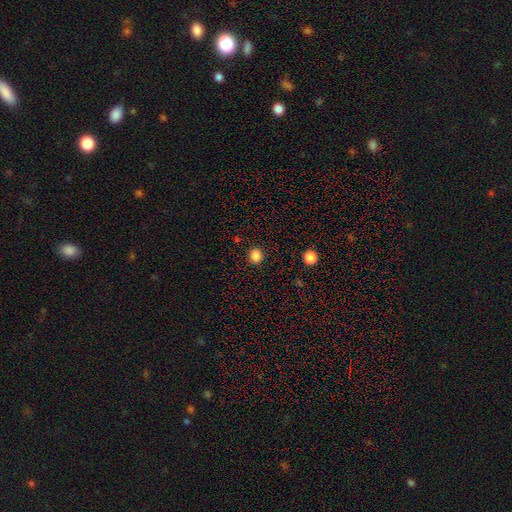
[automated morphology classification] A smooth galaxy with no disk features (85%) that is round (85%).

Vote fractions:
- Smooth or featured? smooth: 85% / star or artifact: 12% / featured or disk: 3%
- How rounded? round: 85% / in between: 15% / cigar-shaped: 1%
- Merging? none: 91% / minor disturbance: 5% / major disturbance: 2% / merger: 1%